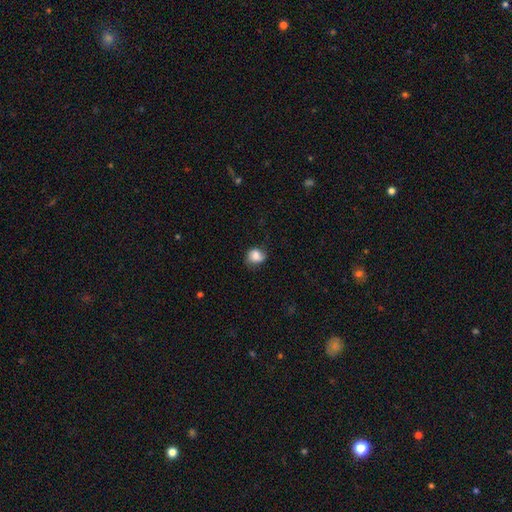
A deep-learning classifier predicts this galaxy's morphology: Smooth or featured? Predicted: smooth (p=0.75). How rounded? Predicted: round (p=0.62). Merging? Predicted: none (p=0.61).